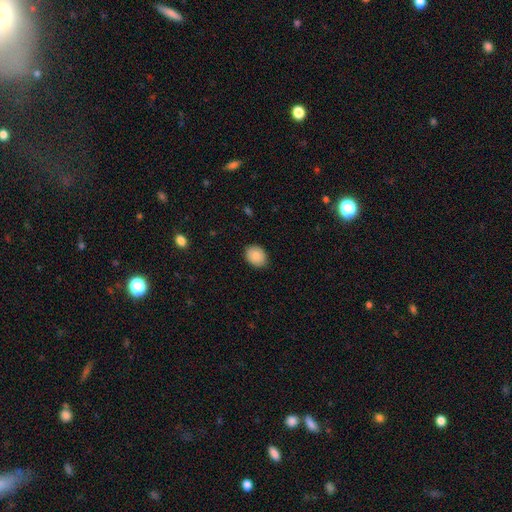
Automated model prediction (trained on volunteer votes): Smooth or featured?
  - smooth: 87% *
  - star or artifact: 7%
  - featured or disk: 5%
How rounded?
  - in between: 55% *
  - round: 44%
  - cigar-shaped: 1%
Merging?
  - none: 87% *
  - minor disturbance: 10%
  - major disturbance: 2%
  - merger: 1%